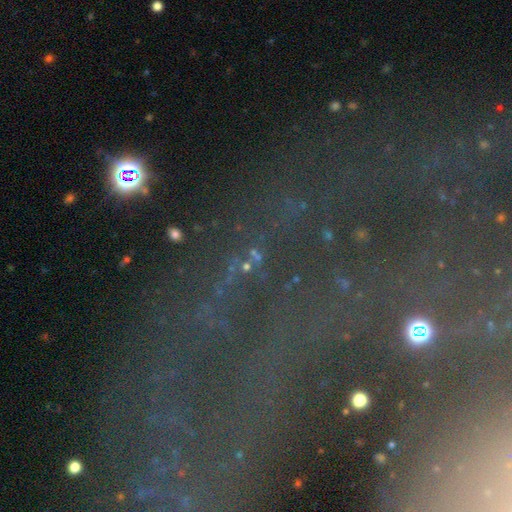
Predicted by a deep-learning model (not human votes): This is likely a star or artifact rather than a galaxy (72%).